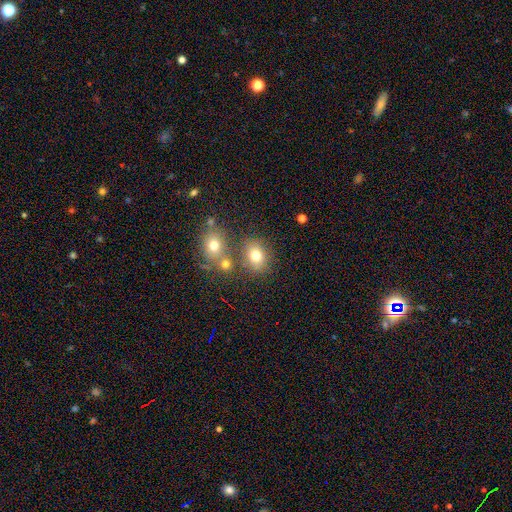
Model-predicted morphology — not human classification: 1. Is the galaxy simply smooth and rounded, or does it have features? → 74% smooth, 16% star or artifact, 10% featured or disk.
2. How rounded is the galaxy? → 59% round, 40% in between, 1% cigar-shaped.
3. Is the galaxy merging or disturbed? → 68% none, 17% merger, 11% minor disturbance, 4% major disturbance.